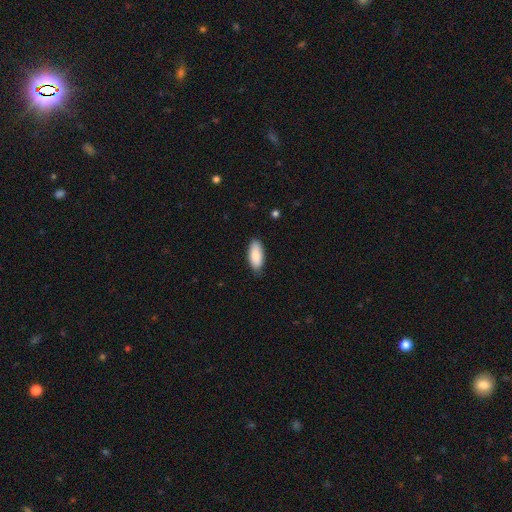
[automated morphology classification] This appears to be a smooth galaxy with no disk features (86%) that is in between round and cigar-shaped (88%). Merging: none (84%).